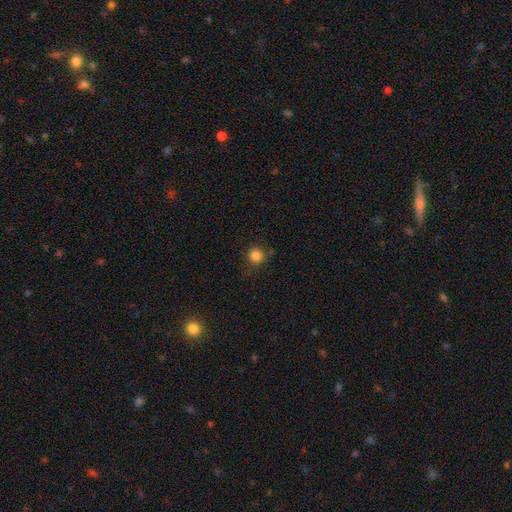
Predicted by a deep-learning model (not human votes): Smooth or featured? smooth (84%)
How rounded? round (93%)
Merging? none (80%)